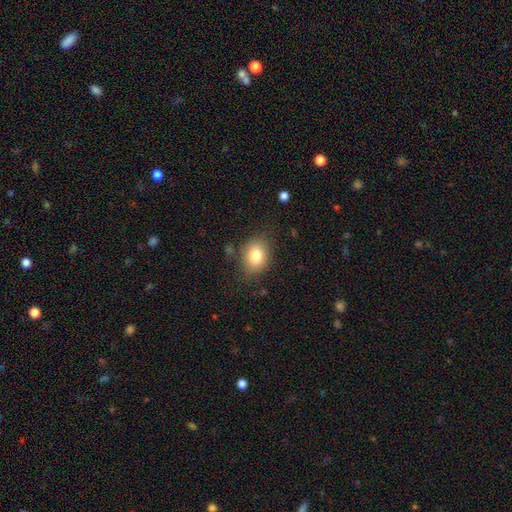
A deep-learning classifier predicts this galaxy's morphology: smooth-or-featured: smooth: 81% | featured or disk: 9% | star or artifact: 9%
  how-rounded: in between: 62% | round: 37% | cigar-shaped: 1%
  merging: none: 79% | minor disturbance: 14% | major disturbance: 4% | merger: 2%